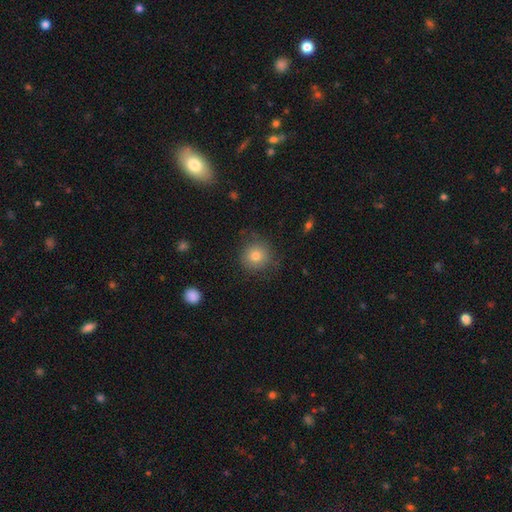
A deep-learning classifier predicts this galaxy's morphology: Smooth or featured: smooth — 77% (featured or disk — 12%)
How rounded: round — 92% (in between — 7%)
Merging: none — 78% (minor disturbance — 15%)